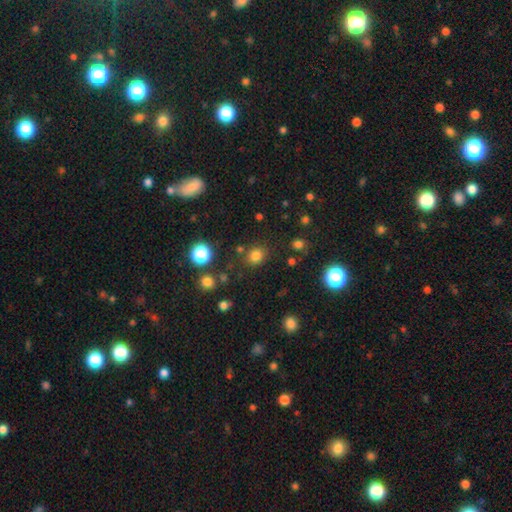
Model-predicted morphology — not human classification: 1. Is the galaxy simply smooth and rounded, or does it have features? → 77% smooth, 17% star or artifact, 6% featured or disk.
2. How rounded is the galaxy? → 76% round, 23% in between, 1% cigar-shaped.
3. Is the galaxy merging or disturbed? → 82% none, 10% minor disturbance, 5% merger, 4% major disturbance.